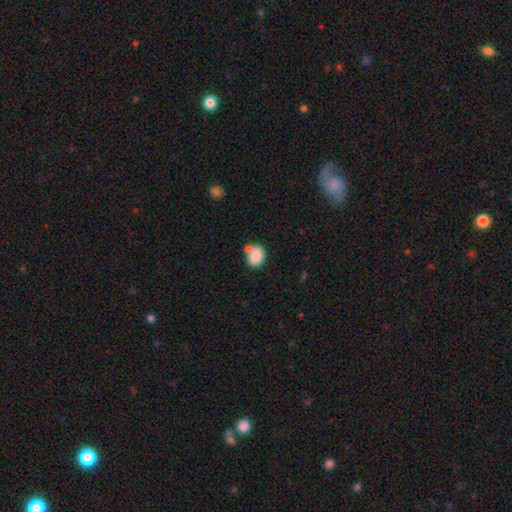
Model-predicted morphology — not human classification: smooth-or-featured: smooth: 83% | featured or disk: 9% | star or artifact: 8%
  how-rounded: round: 56% | in between: 43% | cigar-shaped: 1%
  merging: none: 47% | merger: 31% | minor disturbance: 16% | major disturbance: 6%